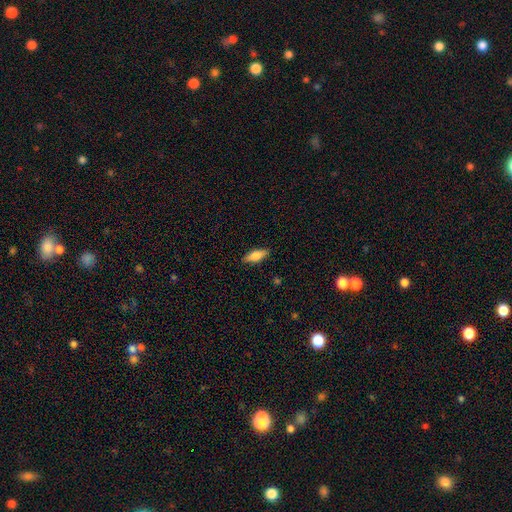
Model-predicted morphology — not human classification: Smooth or featured? smooth (70%)
How rounded? in between (71%)
Merging? none (86%)